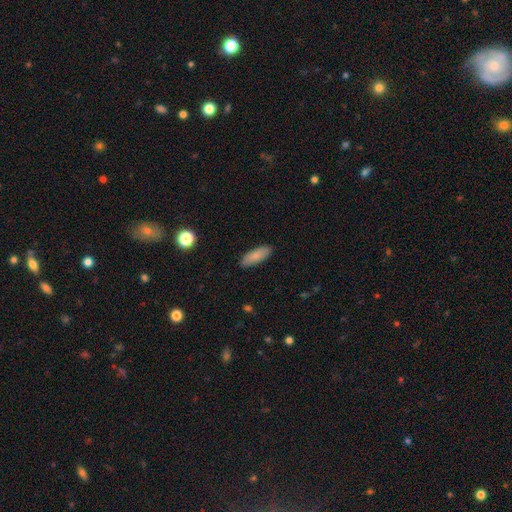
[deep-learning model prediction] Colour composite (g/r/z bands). It shows a smooth galaxy with no disk features (84%) that is in between round and cigar-shaped (68%). Merging: none (89%).